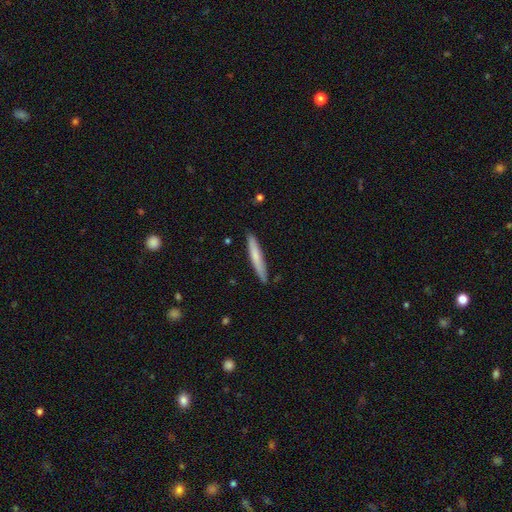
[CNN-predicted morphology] This is likely a smooth galaxy (69%). How rounded: clearly cigar-shaped (95%). Merging: clearly none (89%).